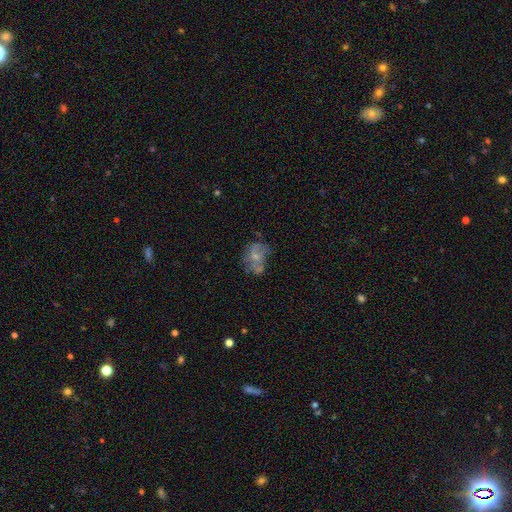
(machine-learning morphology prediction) This is marginally a featured or disk galaxy (45%). Merging: marginally none (37%).